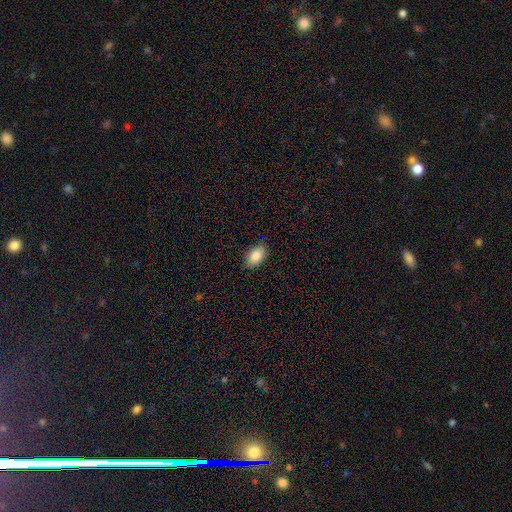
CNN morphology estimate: This is clearly a smooth galaxy (86%). How rounded: clearly in between (89%). Merging: clearly none (87%).